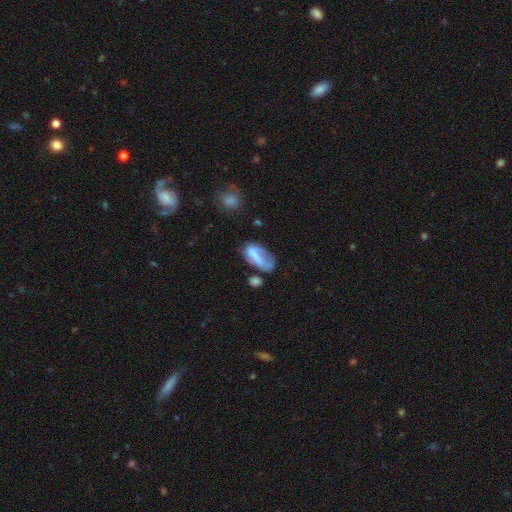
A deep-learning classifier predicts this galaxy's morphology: The model was most divided on "merging": none: 37%, minor disturbance: 29%, major disturbance: 22%, merger: 12%. More confident: how rounded — in between (85%); smooth or featured — smooth (61%).